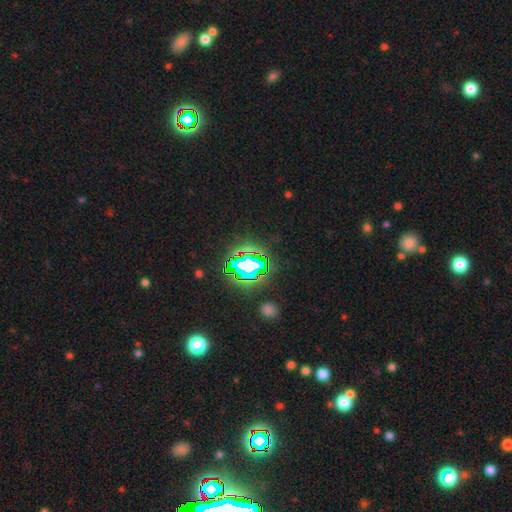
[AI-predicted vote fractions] The model was most divided on "smooth or featured": star or artifact: 81%, smooth: 11%, featured or disk: 8%.